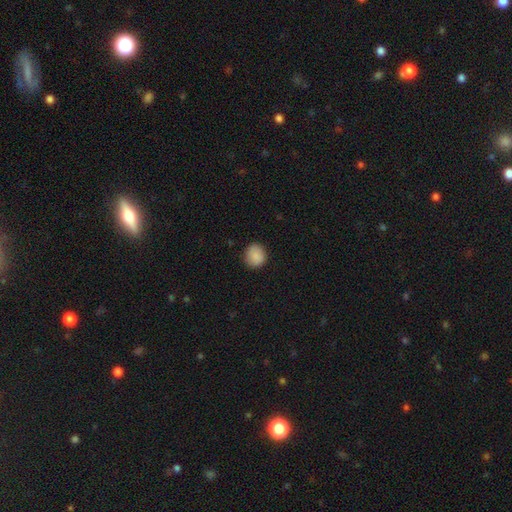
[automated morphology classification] Smooth or featured? Predicted: smooth (p=0.89). How rounded? Predicted: round (p=0.84). Merging? Predicted: none (p=0.88).